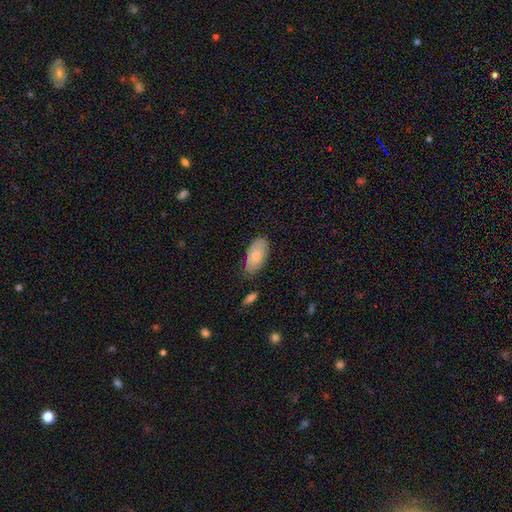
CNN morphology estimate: Smooth or featured? Predicted: smooth (p=0.73). How rounded? Predicted: in between (p=0.94). Merging? Predicted: none (p=0.67).